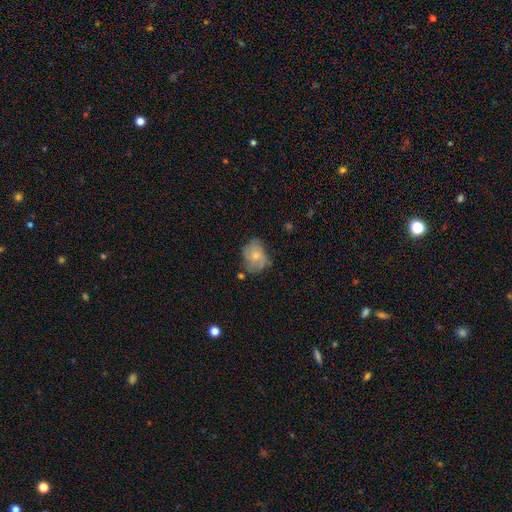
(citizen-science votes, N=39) Q: Smooth or featured?
A: featured or disk (62%); runner-up: smooth (36%)
Q: Edge-on disk?
A: no (100%)
Q: Bar?
A: no (71%); runner-up: weak (17%)
Q: Spiral arms?
A: yes (92%); runner-up: no (8%)
Q: Spiral winding?
A: tight (50%); runner-up: medium (45%)
Q: Spiral arm count?
A: can't tell (41%); runner-up: 2 (27%)
Q: Bulge size?
A: small (50%); runner-up: moderate (25%)
Q: Merging?
A: none (58%); runner-up: minor disturbance (34%)